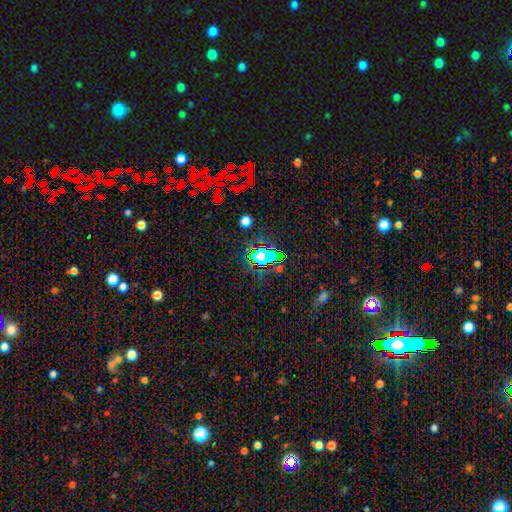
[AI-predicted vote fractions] Smooth or featured? Predicted: star or artifact (p=0.52).